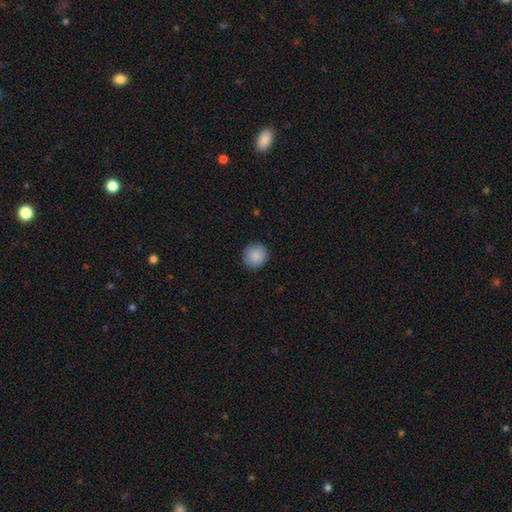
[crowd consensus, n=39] Morphology: type=smooth (87%); roundness=round (91%); merging=none (83%).